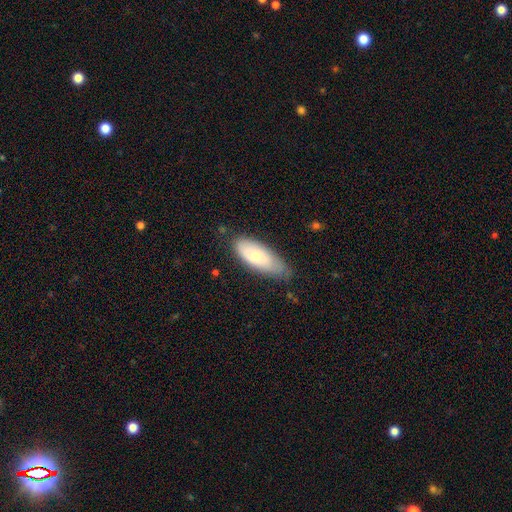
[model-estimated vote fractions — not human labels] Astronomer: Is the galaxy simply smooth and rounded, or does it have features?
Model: smooth — 66%.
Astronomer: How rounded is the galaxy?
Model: in between — 80%.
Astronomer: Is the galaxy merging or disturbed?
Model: none — 66%.